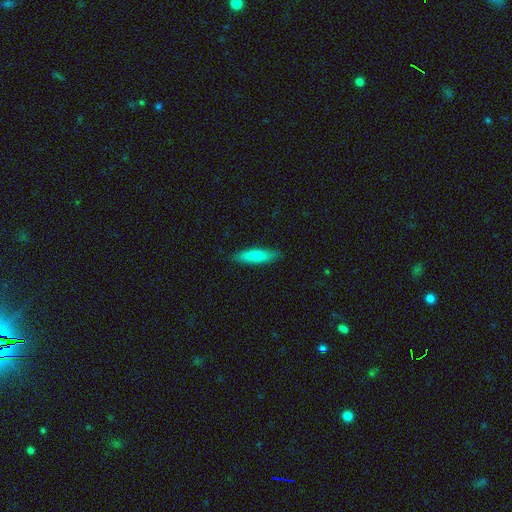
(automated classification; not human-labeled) Q: Smooth or featured?
A: smooth (80%); runner-up: featured or disk (14%)
Q: How rounded?
A: cigar-shaped (74%); runner-up: in between (25%)
Q: Merging?
A: none (86%); runner-up: minor disturbance (11%)